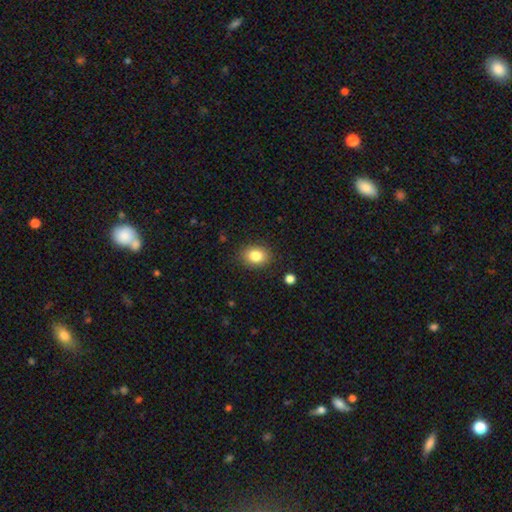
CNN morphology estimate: This is clearly a smooth galaxy (83%). How rounded: possibly in between (53%). Merging: clearly none (86%).